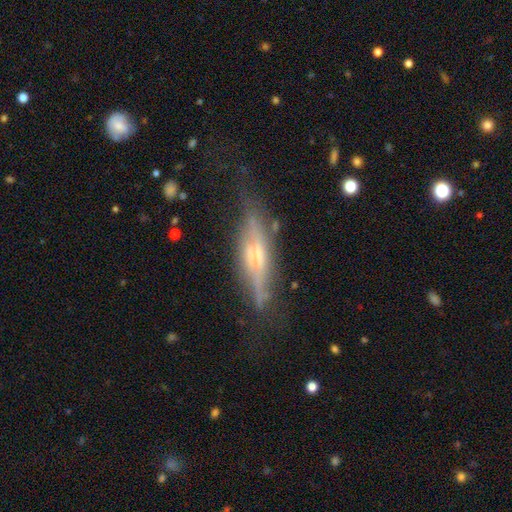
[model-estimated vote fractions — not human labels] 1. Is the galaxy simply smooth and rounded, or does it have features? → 72% featured or disk, 21% smooth, 7% star or artifact.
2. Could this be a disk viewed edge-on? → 89% yes, 11% no.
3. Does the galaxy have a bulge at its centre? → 55% rounded, 28% boxy, 17% none.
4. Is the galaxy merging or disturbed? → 63% none, 23% minor disturbance, 11% major disturbance, 3% merger.